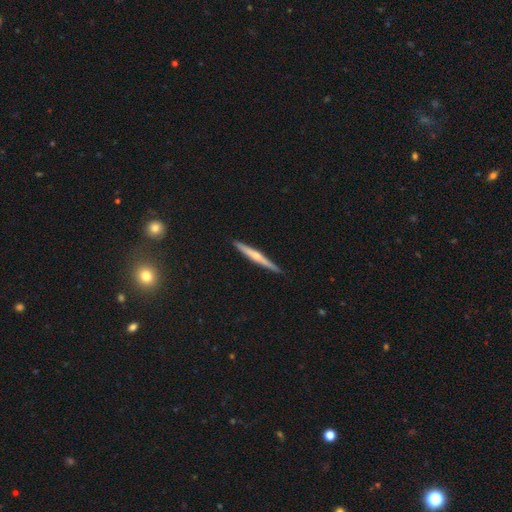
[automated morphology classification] type=featured or disk (63%); edge-on=yes (97%); edge-on bulge=rounded (75%); merging=none (90%).